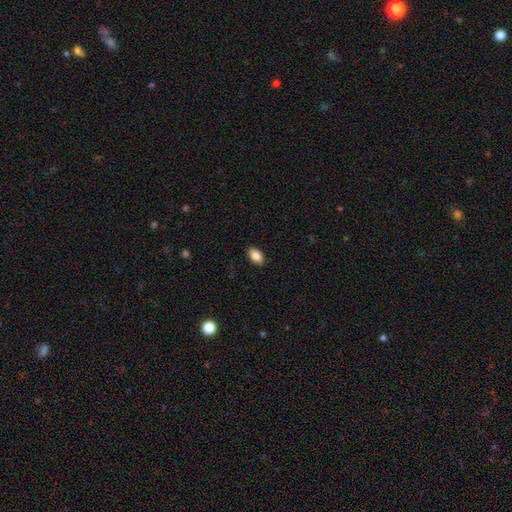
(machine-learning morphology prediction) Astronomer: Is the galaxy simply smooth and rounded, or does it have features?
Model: smooth — 87%.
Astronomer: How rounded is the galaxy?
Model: in between — 91%.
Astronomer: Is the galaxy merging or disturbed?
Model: none — 89%.